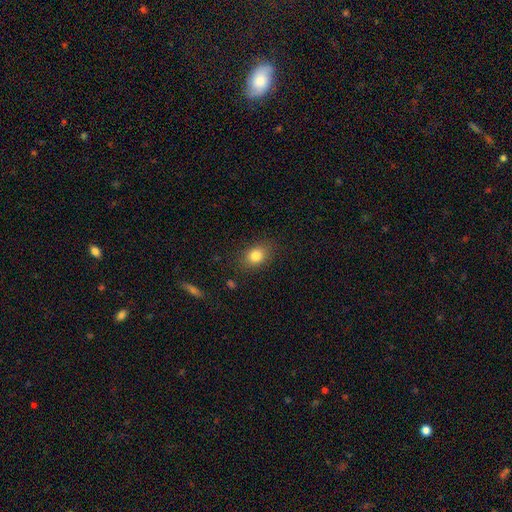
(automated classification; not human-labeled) Morphology: type=smooth (83%); roundness=in between (62%); merging=none (83%).